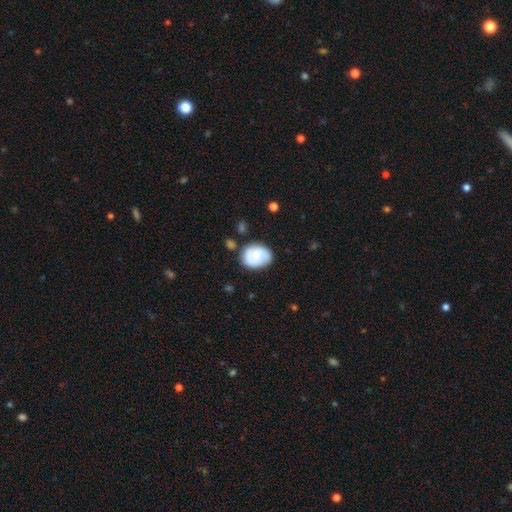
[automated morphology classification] Overall: smooth (75%). How rounded: in between (60%; round 39%). Merging: none (65%).